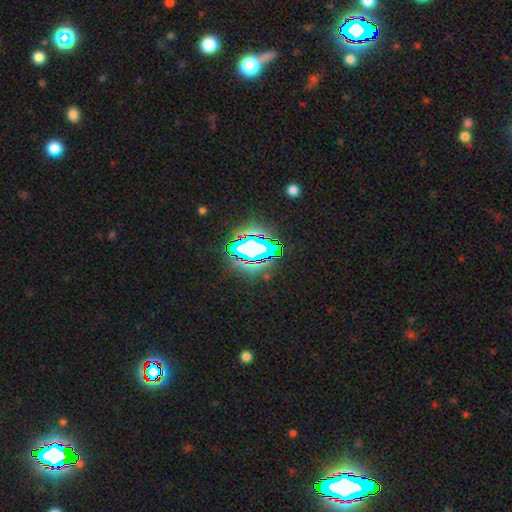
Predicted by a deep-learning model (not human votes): star or artifact 82%, smooth 11%, featured or disk 7%.